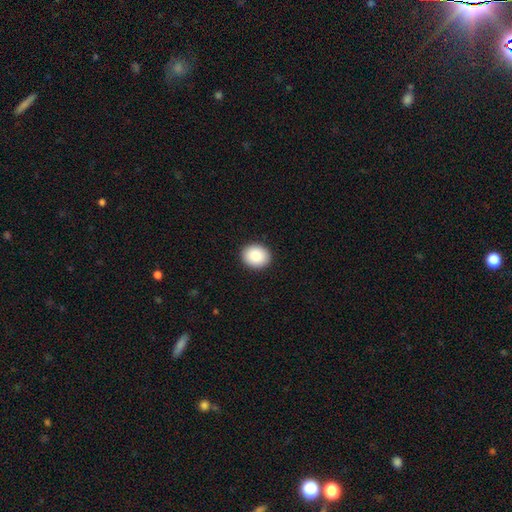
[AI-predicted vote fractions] smooth_or_featured: smooth (p=0.88) [alt: star or artifact p=0.07]
how_rounded: round (p=0.63) [alt: in between p=0.36]
merging: none (p=0.92) [alt: minor disturbance p=0.06]